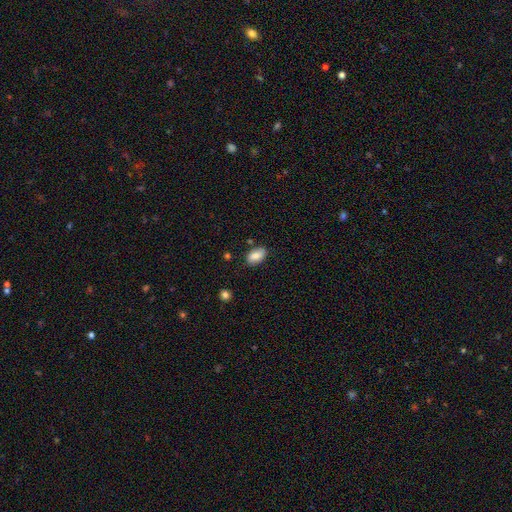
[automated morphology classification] Smooth or featured? smooth (82%)
How rounded? in between (93%)
Merging? none (79%)